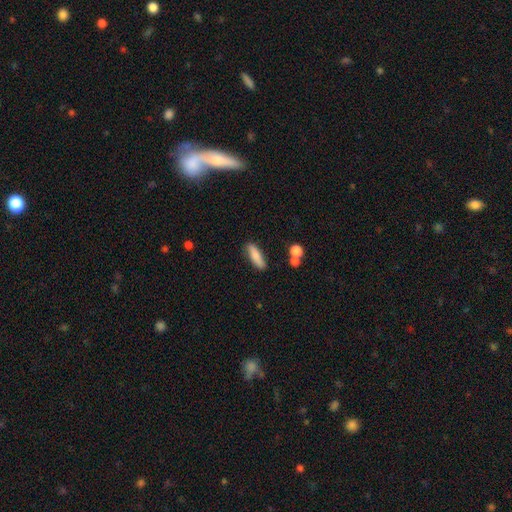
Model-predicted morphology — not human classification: smooth_or_featured: smooth (p=0.82) [alt: featured or disk p=0.11]
how_rounded: cigar-shaped (p=0.58) [alt: in between p=0.40]
merging: none (p=0.81) [alt: minor disturbance p=0.13]